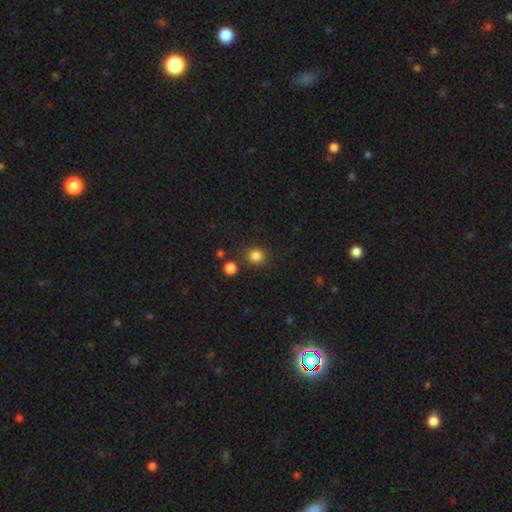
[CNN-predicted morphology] Overall: smooth (84%). How rounded: round (84%). Merging: none (84%).